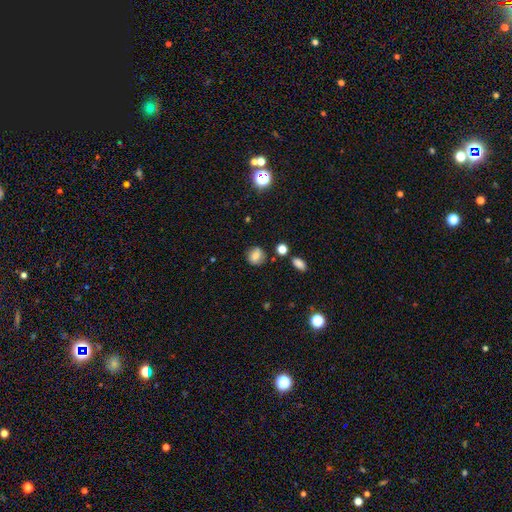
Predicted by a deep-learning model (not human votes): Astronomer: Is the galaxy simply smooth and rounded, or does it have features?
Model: smooth — 75%.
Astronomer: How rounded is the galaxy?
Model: round — 72%.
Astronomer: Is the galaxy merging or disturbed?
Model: none — 77%.